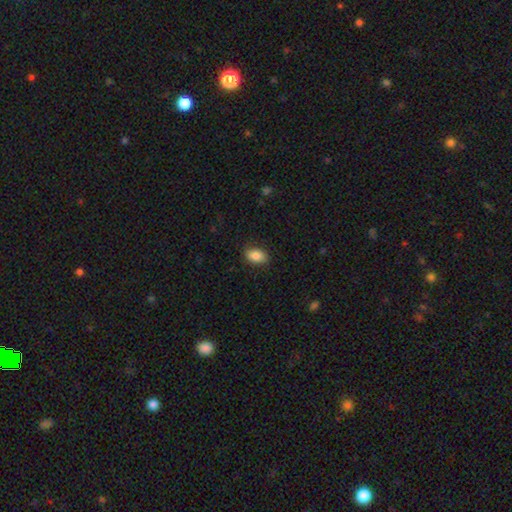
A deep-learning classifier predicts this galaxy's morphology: smooth 85%, star or artifact 7%, featured or disk 7%. Down the decision tree: how rounded — in between (88%); merging — none (82%).